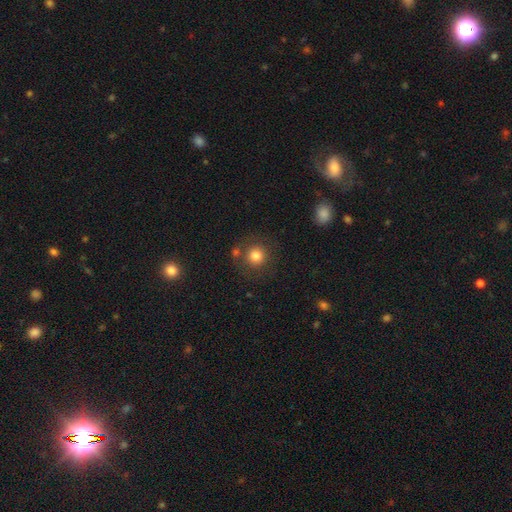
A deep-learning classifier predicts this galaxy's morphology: A smooth galaxy with no disk features (79%) that is round (93%). Merging: none (77%).